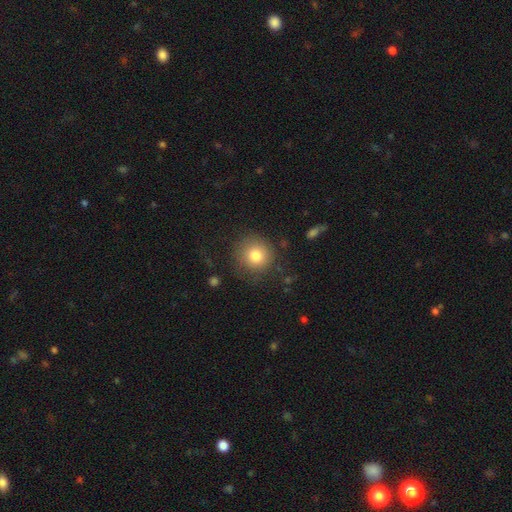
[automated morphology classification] Smooth or featured?
  - smooth: 80% *
  - star or artifact: 10%
  - featured or disk: 10%
How rounded?
  - round: 93% *
  - in between: 6%
  - cigar-shaped: 1%
Merging?
  - none: 82% *
  - minor disturbance: 11%
  - major disturbance: 5%
  - merger: 2%